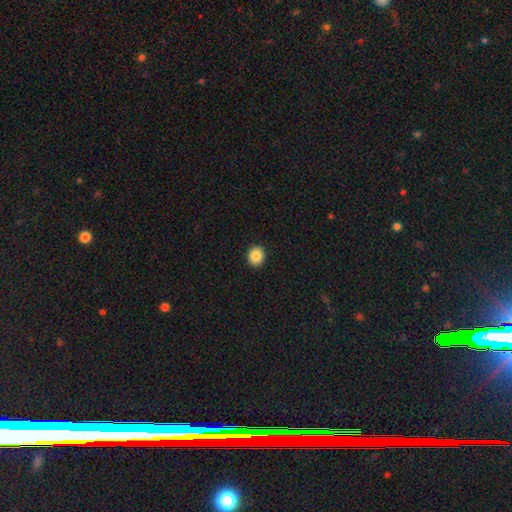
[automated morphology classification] The model was most divided on "how rounded": round: 79%, in between: 20%, cigar-shaped: 1%. More confident: merging — none (93%); smooth or featured — smooth (87%).